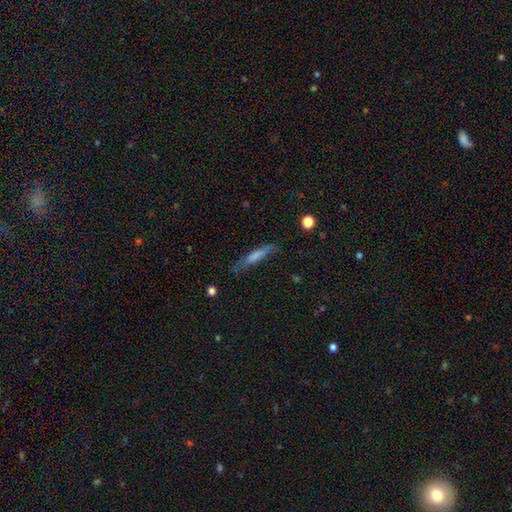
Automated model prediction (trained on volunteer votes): The model was most divided on "smooth or featured": smooth: 60%, featured or disk: 32%, star or artifact: 8%. More confident: how rounded — cigar-shaped (86%); merging — none (69%).